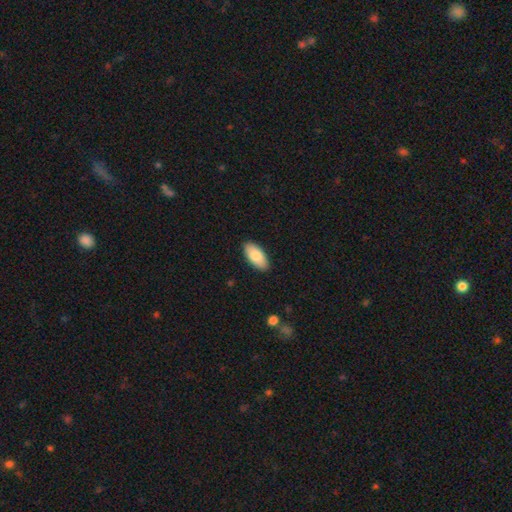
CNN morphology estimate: A smooth galaxy with no disk features (84%) that is in between round and cigar-shaped (92%).

Vote fractions:
- Smooth or featured? smooth: 84% / featured or disk: 10% / star or artifact: 6%
- How rounded? in between: 92% / cigar-shaped: 6% / round: 2%
- Merging? none: 89% / minor disturbance: 8% / major disturbance: 2% / merger: 1%